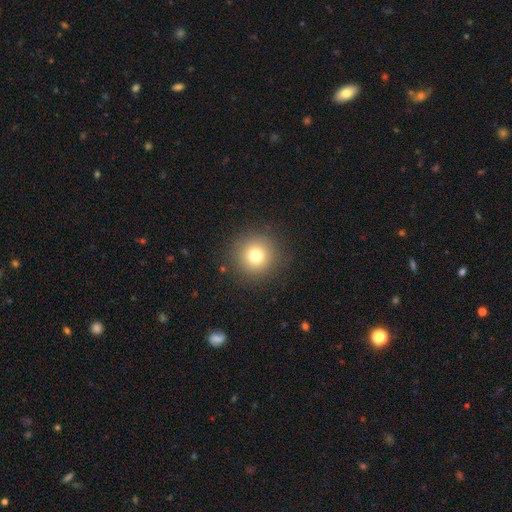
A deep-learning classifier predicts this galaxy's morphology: type=smooth (76%); roundness=round (95%); merging=none (89%).